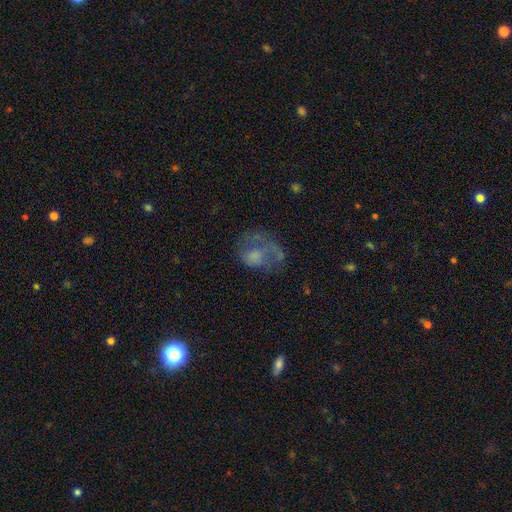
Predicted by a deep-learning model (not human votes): Smooth or featured: smooth — 47% (featured or disk — 42%)
Merging: major disturbance — 46% (none — 29%)